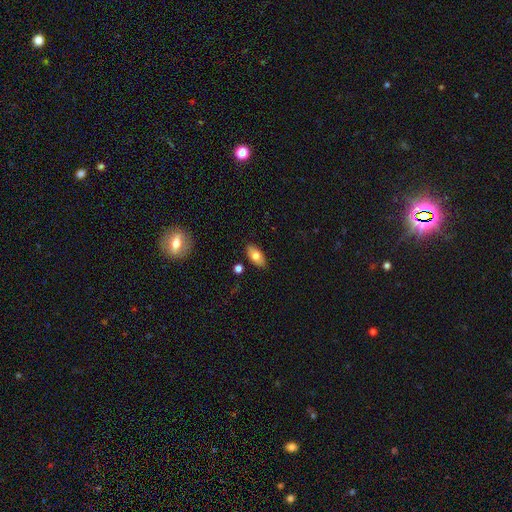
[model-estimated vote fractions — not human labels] smooth_or_featured: smooth (p=0.73) [alt: featured or disk p=0.19]
how_rounded: in between (p=0.91) [alt: cigar-shaped p=0.05]
merging: none (p=0.86) [alt: minor disturbance p=0.10]